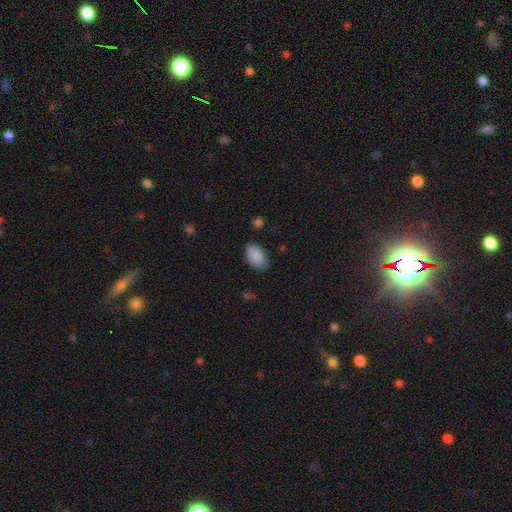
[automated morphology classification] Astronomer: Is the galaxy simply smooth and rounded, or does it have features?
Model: smooth — 89%.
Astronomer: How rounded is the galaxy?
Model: in between — 93%.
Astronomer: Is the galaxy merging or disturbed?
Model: none — 83%.